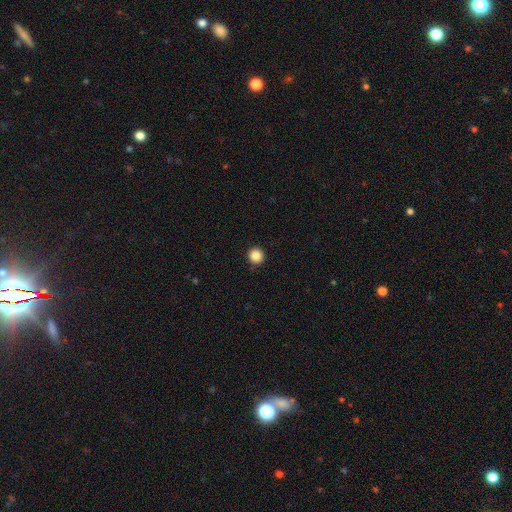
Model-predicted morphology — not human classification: A smooth galaxy with no disk features (87%) that is round (95%).

Vote fractions:
- Smooth or featured? smooth: 87% / star or artifact: 10% / featured or disk: 3%
- How rounded? round: 95% / in between: 4% / cigar-shaped: 1%
- Merging? none: 91% / minor disturbance: 6% / major disturbance: 2% / merger: 1%